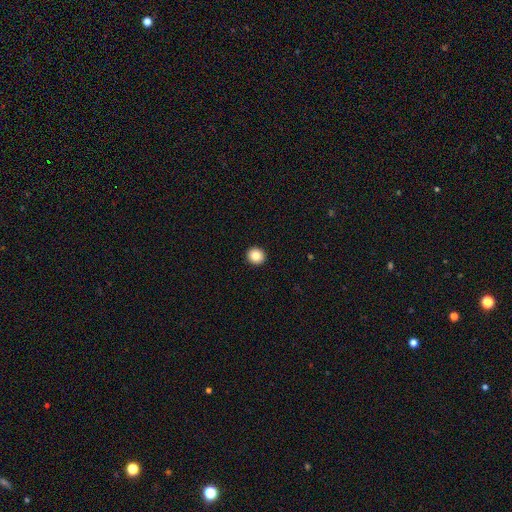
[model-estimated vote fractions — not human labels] Overall: smooth (85%). How rounded: round (91%). Merging: none (94%).